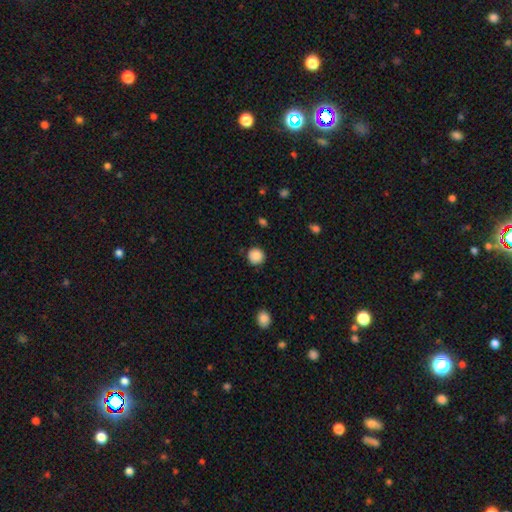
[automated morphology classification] A smooth galaxy with no disk features (88%) that is round (93%).

Vote fractions:
- Smooth or featured? smooth: 88% / star or artifact: 9% / featured or disk: 3%
- How rounded? round: 93% / in between: 6% / cigar-shaped: 1%
- Merging? none: 88% / minor disturbance: 8% / major disturbance: 2% / merger: 1%